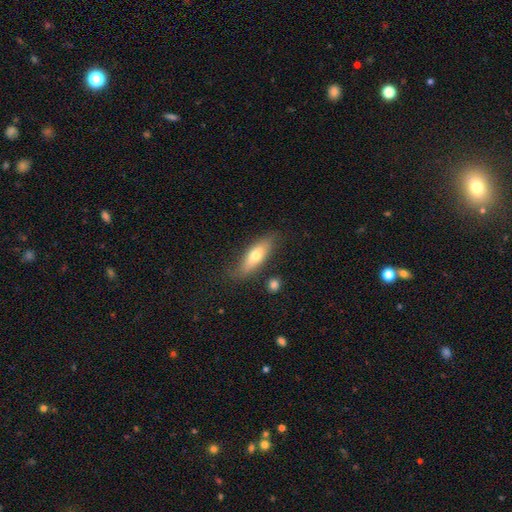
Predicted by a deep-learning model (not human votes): smooth_or_featured: smooth (p=0.65) [alt: featured or disk p=0.29]
how_rounded: in between (p=0.56) [alt: cigar-shaped p=0.41]
merging: none (p=0.72) [alt: minor disturbance p=0.19]